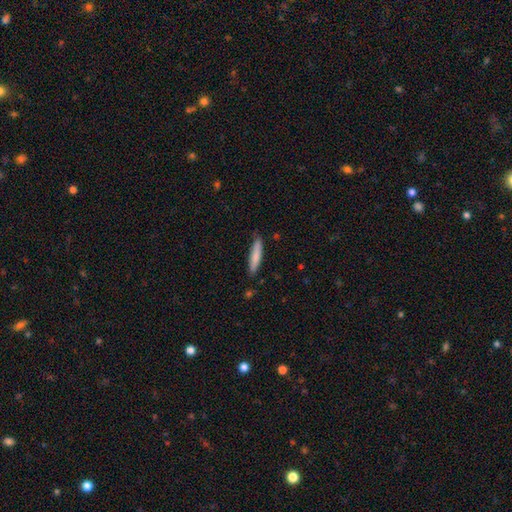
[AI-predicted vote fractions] smooth-or-featured: smooth: 80% | featured or disk: 14% | star or artifact: 6%
  how-rounded: cigar-shaped: 89% | in between: 10% | round: 1%
  merging: none: 84% | minor disturbance: 13% | major disturbance: 2% | merger: 1%